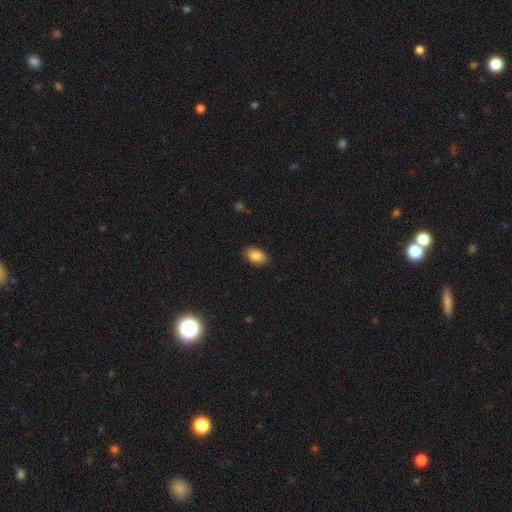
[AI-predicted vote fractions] smooth_or_featured: smooth (p=0.87) [alt: star or artifact p=0.07]
how_rounded: in between (p=0.93) [alt: round p=0.06]
merging: none (p=0.88) [alt: minor disturbance p=0.09]